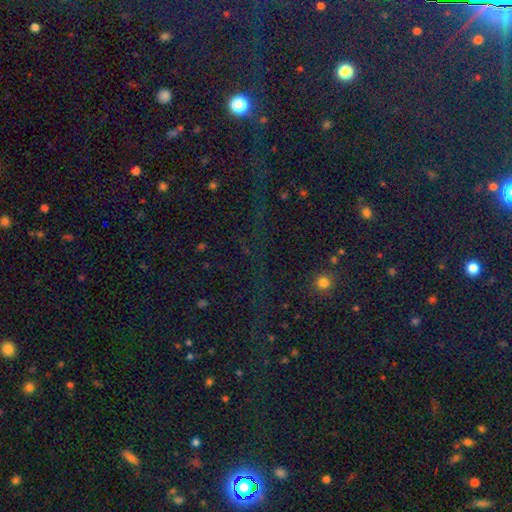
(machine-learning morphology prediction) Smooth or featured? star or artifact (76%)